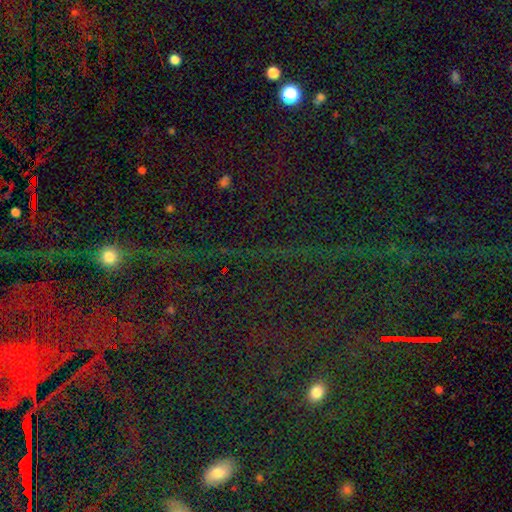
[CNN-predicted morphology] Smooth or featured?
  - star or artifact: 78% *
  - smooth: 13%
  - featured or disk: 9%